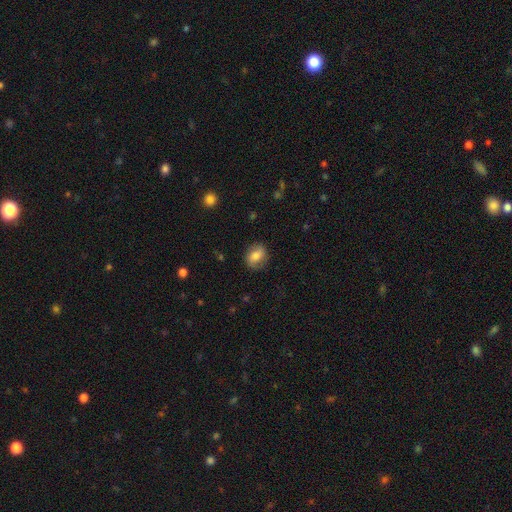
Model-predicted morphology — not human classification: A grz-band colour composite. It shows a smooth galaxy with no disk features (70%) that is in between round and cigar-shaped (54%). Merging: none (80%).